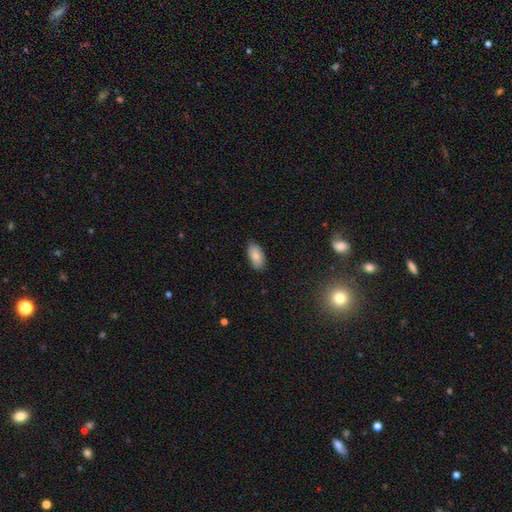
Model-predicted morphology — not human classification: A smooth galaxy with no disk features (83%) that is in between round and cigar-shaped (94%).

Vote fractions:
- Smooth or featured? smooth: 83% / featured or disk: 10% / star or artifact: 7%
- How rounded? in between: 94% / cigar-shaped: 3% / round: 3%
- Merging? none: 83% / minor disturbance: 14% / major disturbance: 2% / merger: 1%